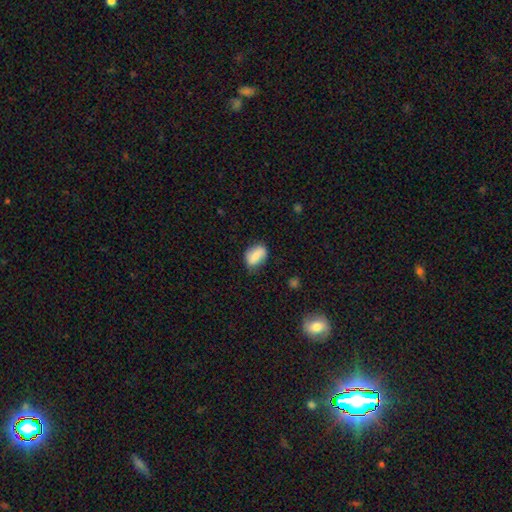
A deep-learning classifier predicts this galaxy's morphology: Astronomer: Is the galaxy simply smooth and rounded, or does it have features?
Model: smooth — 71%.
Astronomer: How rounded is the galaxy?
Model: in between — 82%.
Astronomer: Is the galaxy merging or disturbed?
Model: none — 70%.